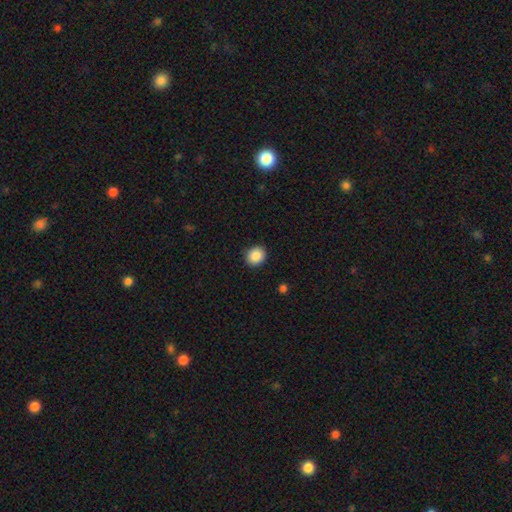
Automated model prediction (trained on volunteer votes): This appears to be a smooth galaxy with no disk features (89%) that is round (75%). Merging: none (90%).